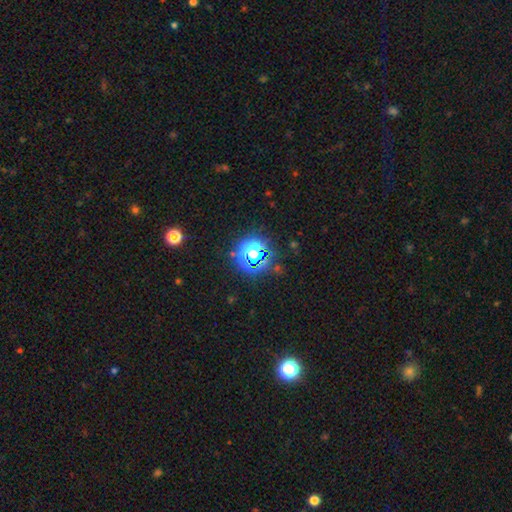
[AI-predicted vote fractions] smooth-or-featured: star or artifact: 59% | smooth: 31% | featured or disk: 10%